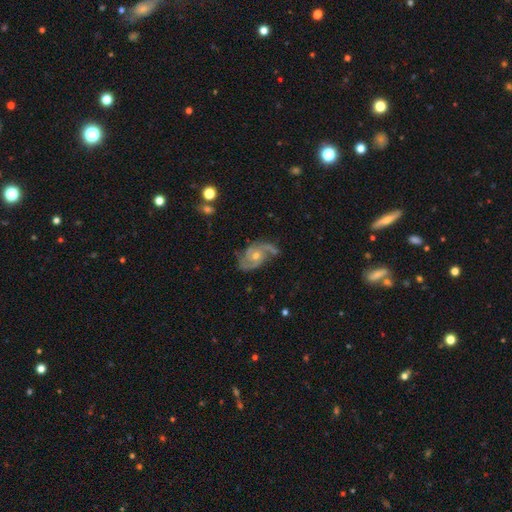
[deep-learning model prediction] This appears to be a featured or disk galaxy (88%) with no bar (71%), 2 (64%) medium (49%) spiral arms (97%) and a moderate central bulge (51%). Merging: none (69%).